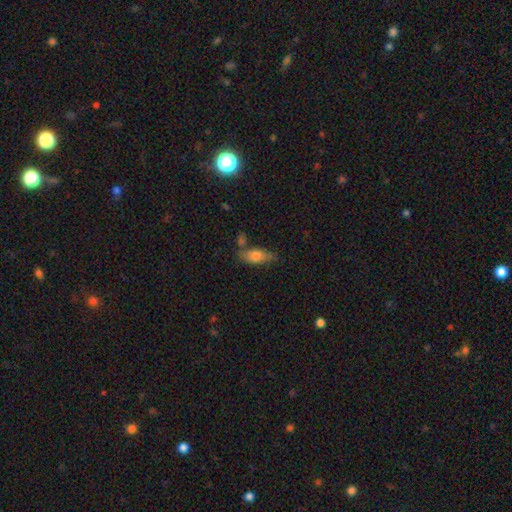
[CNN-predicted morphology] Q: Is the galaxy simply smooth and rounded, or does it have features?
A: smooth — 68%.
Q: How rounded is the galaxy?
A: in between — 74%.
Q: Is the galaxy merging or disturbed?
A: none — 60%.